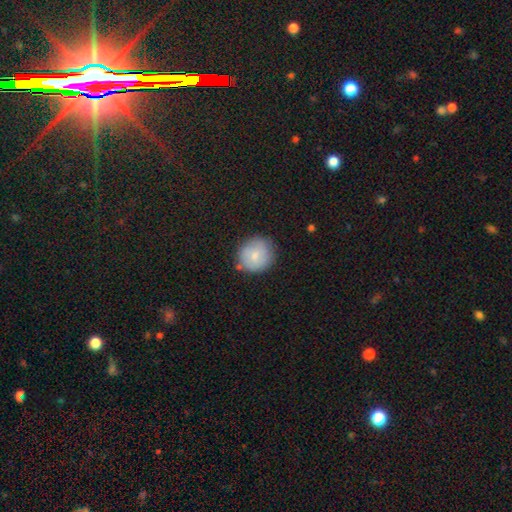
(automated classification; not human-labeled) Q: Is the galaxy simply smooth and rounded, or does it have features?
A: smooth — 74%.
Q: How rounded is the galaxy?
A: round — 90%.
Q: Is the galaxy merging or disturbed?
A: none — 78%.